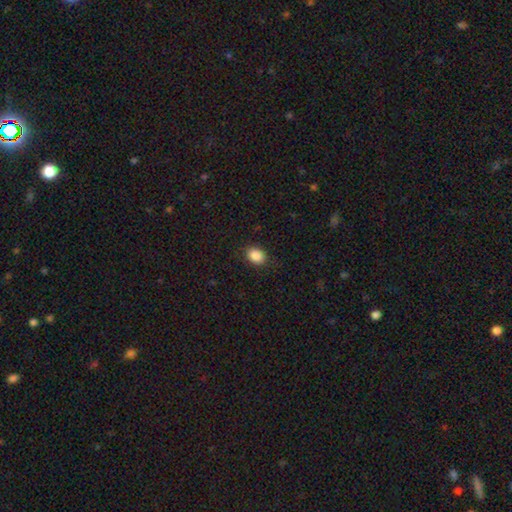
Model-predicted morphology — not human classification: Smooth or featured: smooth — 88% (star or artifact — 9%)
How rounded: in between — 62% (round — 37%)
Merging: none — 88% (minor disturbance — 9%)